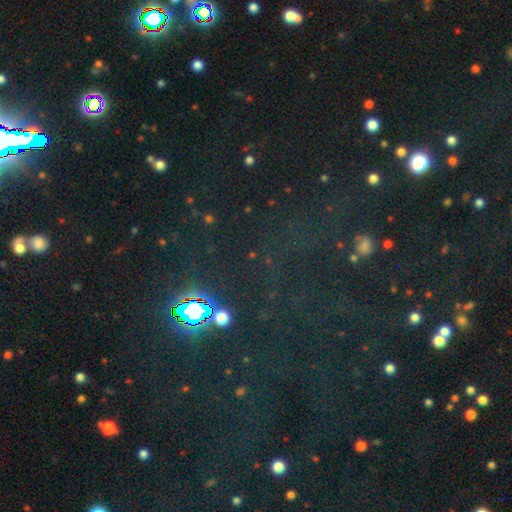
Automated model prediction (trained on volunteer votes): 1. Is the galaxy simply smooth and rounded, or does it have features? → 76% star or artifact, 16% smooth, 8% featured or disk.